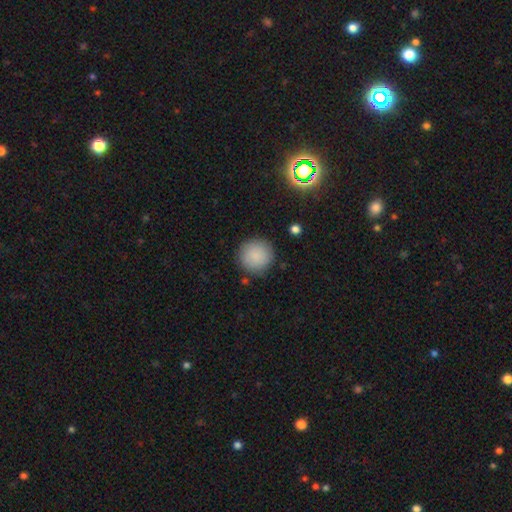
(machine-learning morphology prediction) smooth 88%, star or artifact 8%, featured or disk 4%. Down the decision tree: how rounded — round (95%); merging — none (87%).